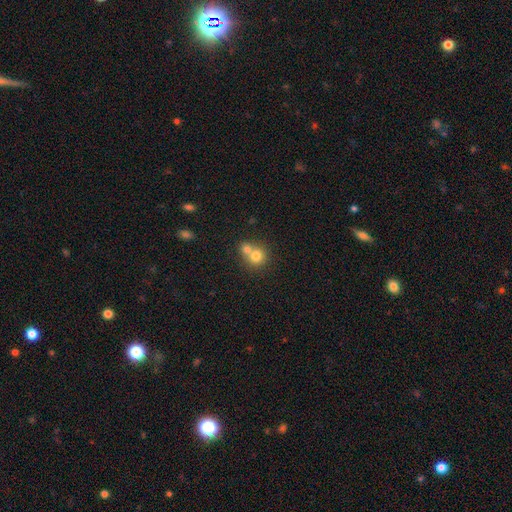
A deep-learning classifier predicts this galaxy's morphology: type=smooth (75%); roundness=round (84%); merging=merger (54%).